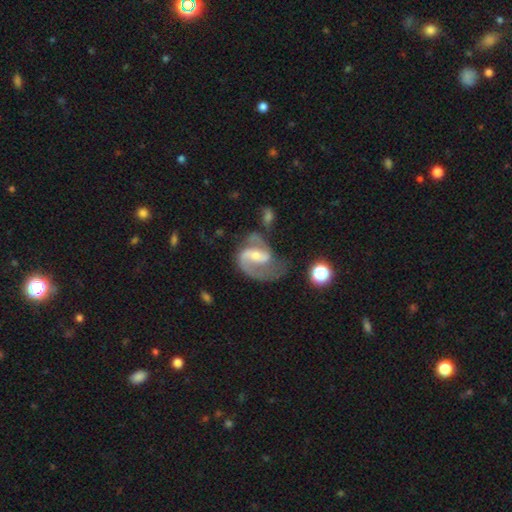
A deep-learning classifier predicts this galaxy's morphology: Smooth or featured?
  - featured or disk: 86% *
  - smooth: 8%
  - star or artifact: 6%
Edge-on disk?
  - no: 98% *
  - yes: 2%
Bar?
  - weak: 47% *
  - strong: 28%
  - no: 24%
Spiral arms?
  - yes: 95% *
  - no: 5%
Spiral winding?
  - medium: 53% *
  - loose: 32%
  - tight: 15%
Spiral arm count?
  - 2: 80% *
  - 1: 12%
  - can't tell: 4%
  - 3: 2%
  - 4: 1%
  - more than 4: 1%
Bulge size?
  - moderate: 46% * (tied)
  - small: 46% * (tied)
  - large: 4%
  - none: 4%
  - dominant: 1%
Merging?
  - none: 43% *
  - major disturbance: 26%
  - minor disturbance: 22%
  - merger: 9%